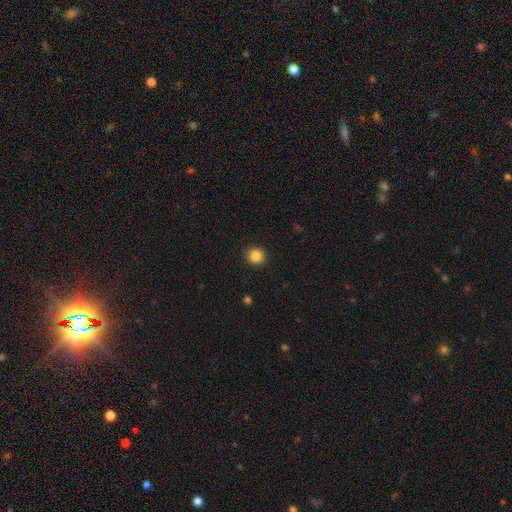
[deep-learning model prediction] Smooth or featured? Predicted: smooth (p=0.86). How rounded? Predicted: round (p=0.92). Merging? Predicted: none (p=0.92).